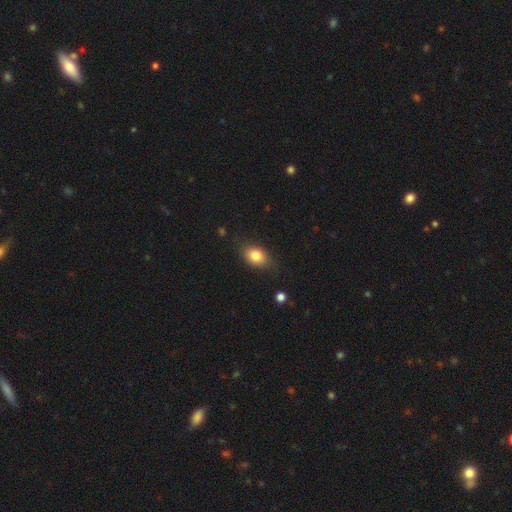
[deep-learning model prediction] smooth 82%, star or artifact 9%, featured or disk 9%. Down the decision tree: how rounded — in between (75%); merging — none (80%).